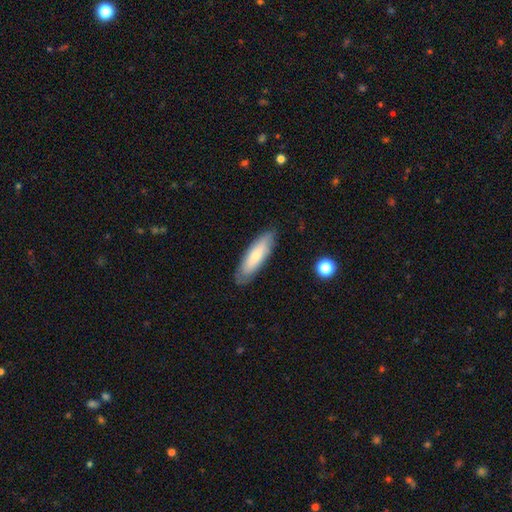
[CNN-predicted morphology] A smooth galaxy with no disk features (69%) that is cigar-shaped (55%).

Vote fractions:
- Smooth or featured? smooth: 69% / featured or disk: 25% / star or artifact: 6%
- How rounded? cigar-shaped: 55% / in between: 43% / round: 2%
- Merging? none: 83% / minor disturbance: 13% / major disturbance: 3% / merger: 1%